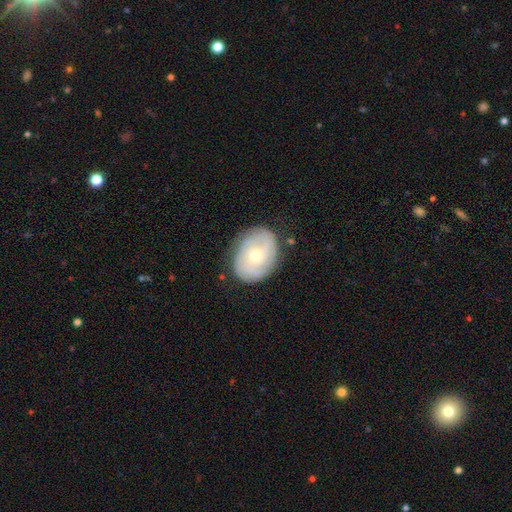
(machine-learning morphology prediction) A featured or disk galaxy (74%) with no bar (75%), tight (70%) spiral arms (89%) and a small central bulge (53%).

Vote fractions:
- Smooth or featured? featured or disk: 74% / smooth: 20% / star or artifact: 7%
- Edge-on disk? no: 97% / yes: 3%
- Bar? no: 75% / weak: 21% / strong: 4%
- Spiral arms? yes: 89% / no: 11%
- Spiral winding? tight: 70% / medium: 23% / loose: 7%
- Spiral arm count? can't tell: 36% / 2: 25% / 3: 20% / 4: 9% / more than 4: 5% / 1: 5%
- Bulge size? small: 53% / moderate: 44% / large: 1% / none: 1% / dominant: 1%
- Merging? none: 81% / minor disturbance: 14% / major disturbance: 4% / merger: 1%